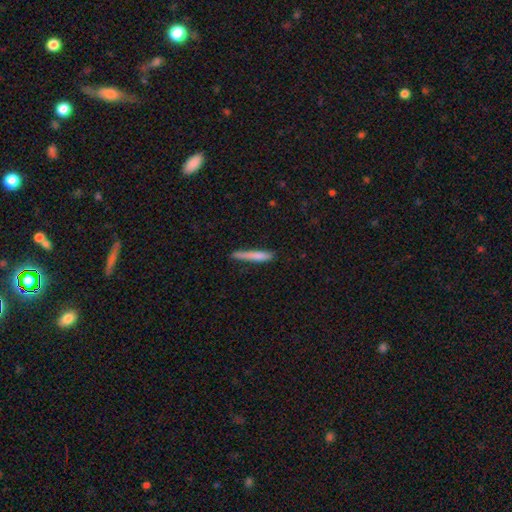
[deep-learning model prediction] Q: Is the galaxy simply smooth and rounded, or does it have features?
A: smooth — 76%.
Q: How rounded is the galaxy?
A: cigar-shaped — 94%.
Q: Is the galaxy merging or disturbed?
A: none — 72%.